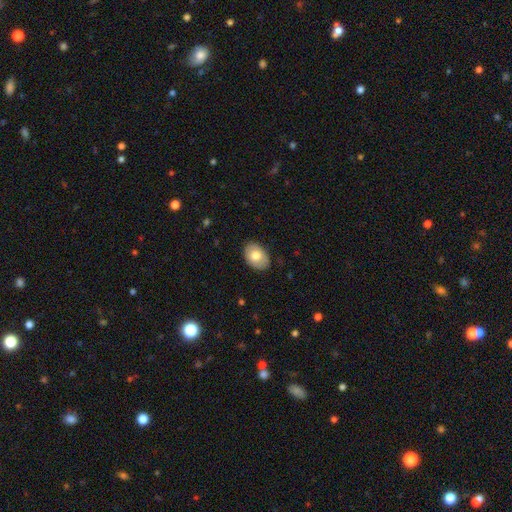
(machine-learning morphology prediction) Q: Smooth or featured?
A: smooth (75%); runner-up: featured or disk (18%)
Q: How rounded?
A: in between (81%); runner-up: round (18%)
Q: Merging?
A: none (86%); runner-up: minor disturbance (11%)